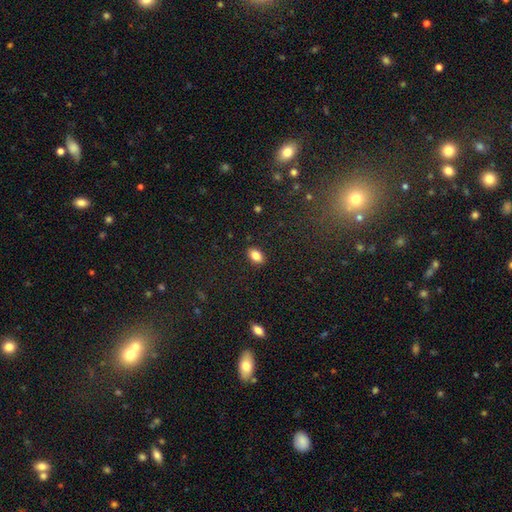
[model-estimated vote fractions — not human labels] A smooth galaxy with no disk features (84%) that is in between round and cigar-shaped (88%).

Vote fractions:
- Smooth or featured? smooth: 84% / star or artifact: 9% / featured or disk: 7%
- How rounded? in between: 88% / round: 11% / cigar-shaped: 2%
- Merging? none: 88% / minor disturbance: 8% / major disturbance: 2% / merger: 1%